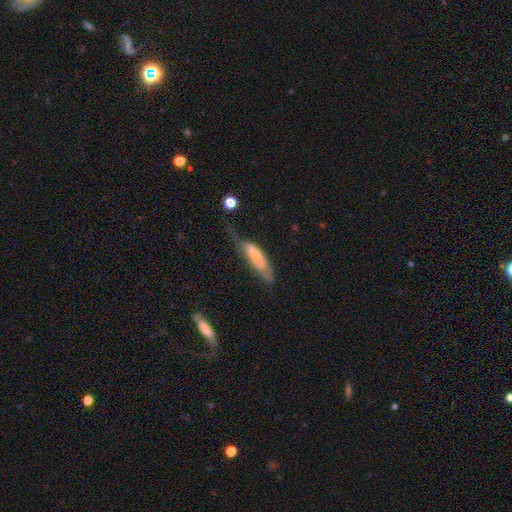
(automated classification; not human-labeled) A smooth galaxy with no disk features (56%) that is cigar-shaped (56%). Merging: major disturbance (36%).